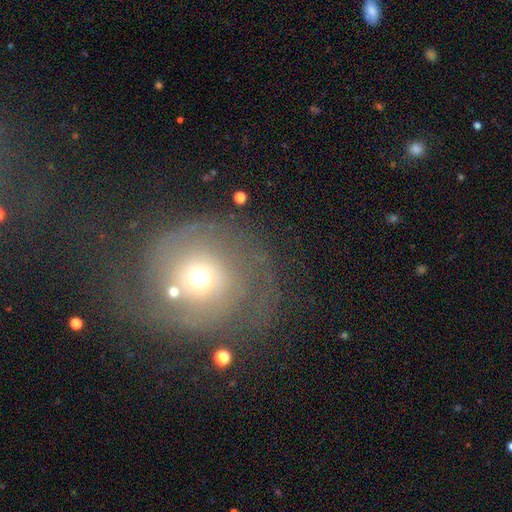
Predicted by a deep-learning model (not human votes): Smooth or featured: featured or disk — 73% (smooth — 16%)
Edge-on disk: no — 97% (yes — 3%)
Bar: no — 79% (weak — 17%)
Spiral arms: yes — 87% (no — 13%)
Spiral winding: tight — 60% (medium — 29%)
Spiral arm count: 2 — 47% (can't tell — 26%)
Bulge size: moderate — 58% (small — 33%)
Merging: none — 58% (major disturbance — 15%)